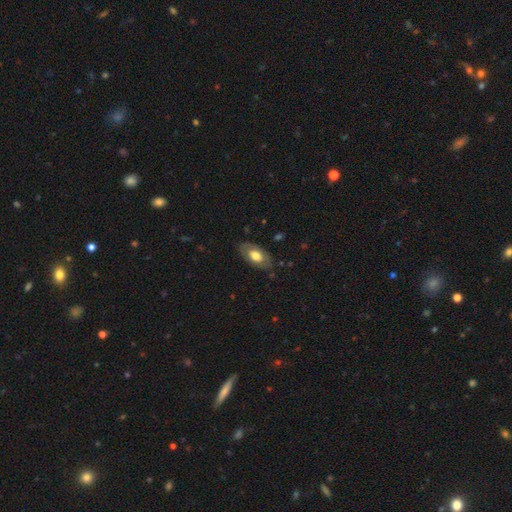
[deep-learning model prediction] Smooth or featured: smooth — 55% (featured or disk — 40%)
How rounded: in between — 92% (round — 6%)
Merging: none — 79% (minor disturbance — 15%)